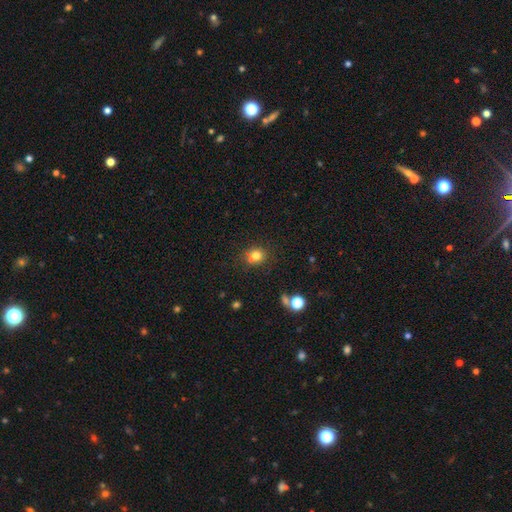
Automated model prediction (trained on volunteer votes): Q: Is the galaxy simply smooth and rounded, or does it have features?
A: smooth — 74%.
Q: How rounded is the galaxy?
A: round — 79%.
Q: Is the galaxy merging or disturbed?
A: none — 57%.